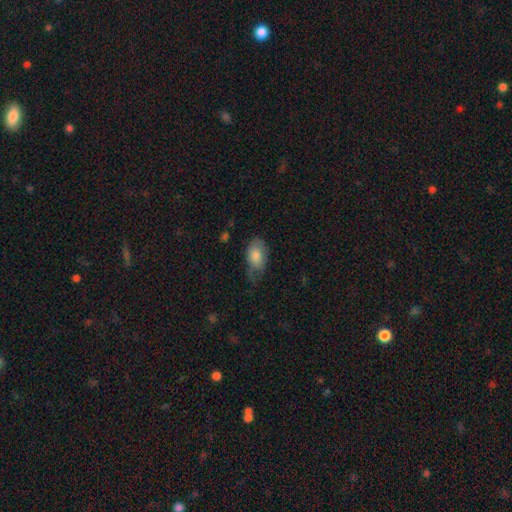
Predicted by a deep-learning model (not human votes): smooth 78%, featured or disk 15%, star or artifact 7%. Down the decision tree: how rounded — in between (91%); merging — none (43%).